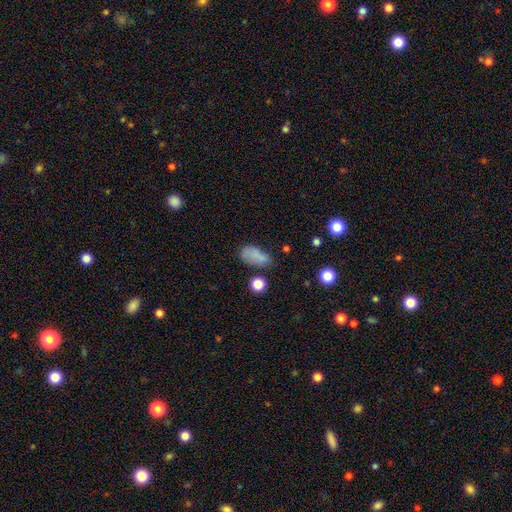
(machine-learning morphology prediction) The model was most divided on "merging": none: 45%, minor disturbance: 28%, major disturbance: 16%, merger: 11%. More confident: how rounded — in between (87%); smooth or featured — smooth (74%).